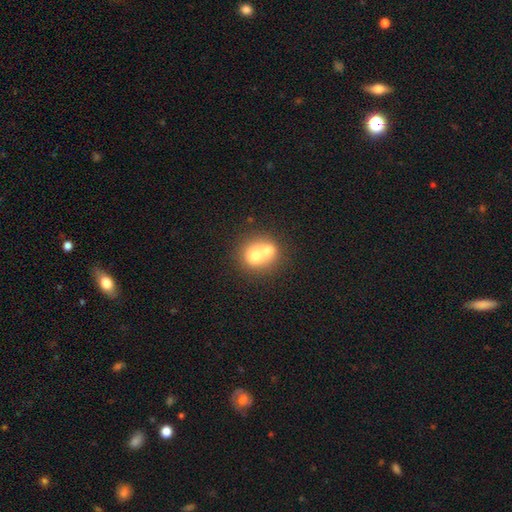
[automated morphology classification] Smooth or featured? smooth (67%)
How rounded? round (74%)
Merging? merger (65%)